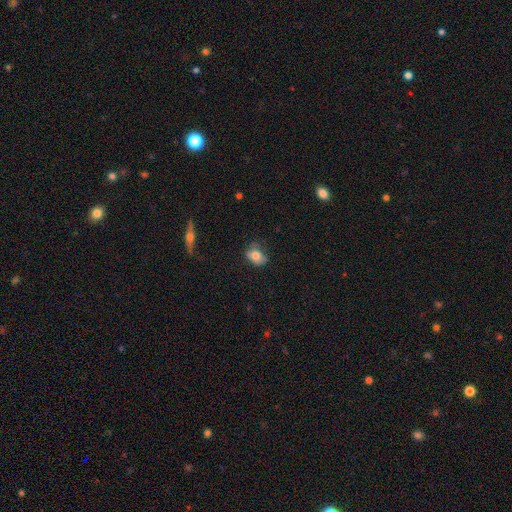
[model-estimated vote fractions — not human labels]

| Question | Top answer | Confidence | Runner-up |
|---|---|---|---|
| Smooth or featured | smooth | 75% | featured or disk (16%) |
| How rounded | in between | 67% | round (32%) |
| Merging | none | 52% | minor disturbance (33%) |